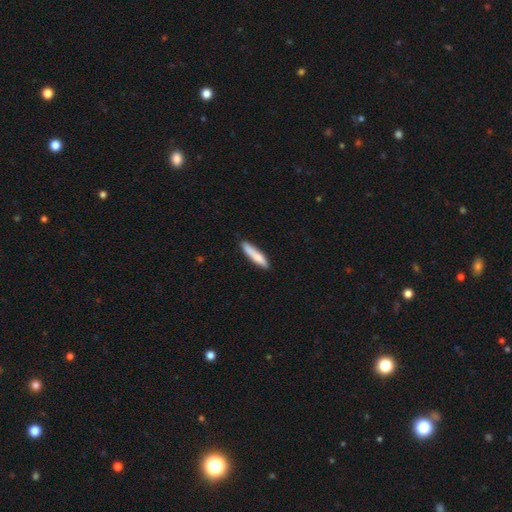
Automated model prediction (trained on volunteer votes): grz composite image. It shows a smooth galaxy with no disk features (81%) that is cigar-shaped (86%). Merging: none (83%).